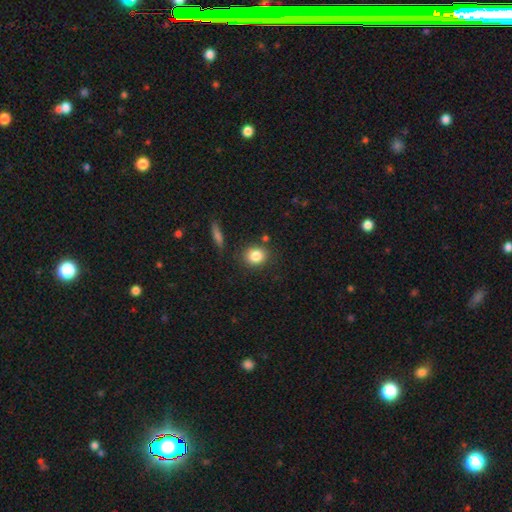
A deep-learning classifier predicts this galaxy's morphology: Overall: smooth (84%). How rounded: round (72%). Merging: none (82%).